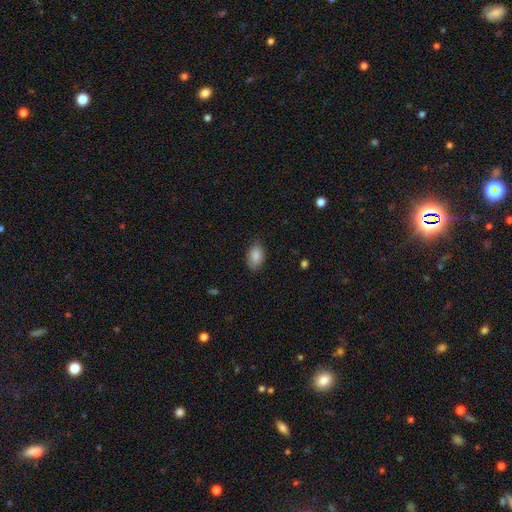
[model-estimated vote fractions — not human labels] Q: Smooth or featured?
A: smooth (85%); runner-up: featured or disk (9%)
Q: How rounded?
A: in between (91%); runner-up: round (7%)
Q: Merging?
A: none (77%); runner-up: minor disturbance (18%)